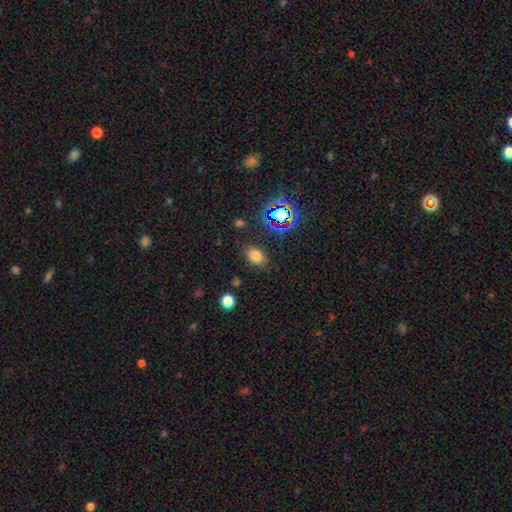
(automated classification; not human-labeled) smooth-or-featured: smooth: 73% | star or artifact: 19% | featured or disk: 8%
  how-rounded: in between: 76% | round: 22% | cigar-shaped: 1%
  merging: none: 83% | minor disturbance: 11% | major disturbance: 4% | merger: 2%